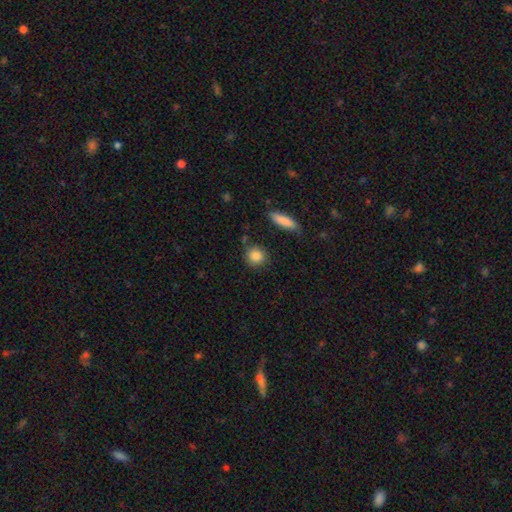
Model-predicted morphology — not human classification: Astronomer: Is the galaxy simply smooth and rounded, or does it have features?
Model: smooth — 86%.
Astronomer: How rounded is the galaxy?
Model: round — 82%.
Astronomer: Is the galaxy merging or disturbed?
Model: none — 81%.